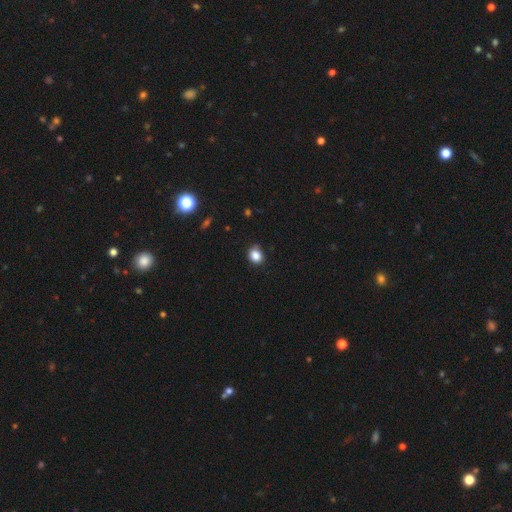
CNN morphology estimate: smooth_or_featured: smooth (p=0.84) [alt: star or artifact p=0.11]
how_rounded: round (p=0.70) [alt: in between p=0.29]
merging: none (p=0.72) [alt: minor disturbance p=0.22]